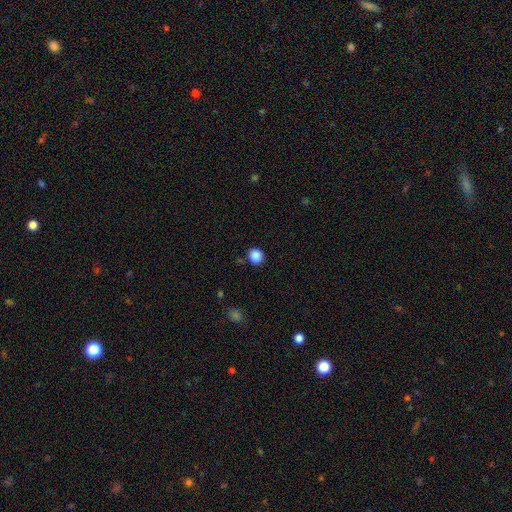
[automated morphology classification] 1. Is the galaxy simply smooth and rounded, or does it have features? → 87% smooth, 10% star or artifact, 3% featured or disk.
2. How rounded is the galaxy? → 81% round, 18% in between, 1% cigar-shaped.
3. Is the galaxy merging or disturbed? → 85% none, 9% minor disturbance, 3% merger, 3% major disturbance.